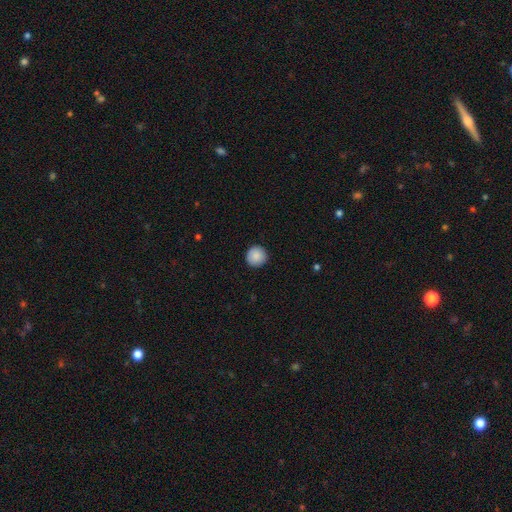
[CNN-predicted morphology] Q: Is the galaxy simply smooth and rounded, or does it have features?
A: smooth — 89%.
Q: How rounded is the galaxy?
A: round — 96%.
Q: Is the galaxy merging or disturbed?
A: none — 92%.